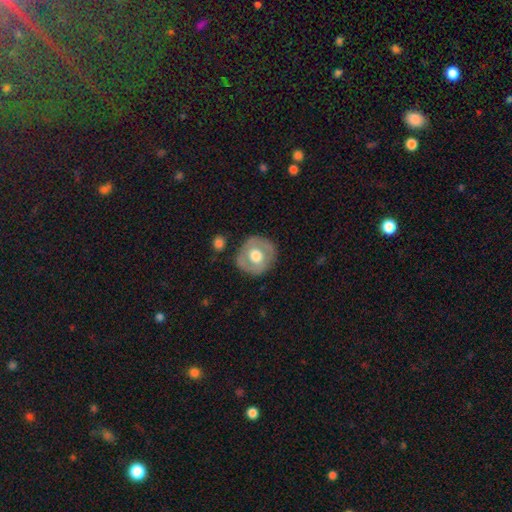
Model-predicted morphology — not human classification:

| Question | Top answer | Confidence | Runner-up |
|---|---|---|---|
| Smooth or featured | smooth | 47% | tied: featured or disk (47%) |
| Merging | none | 81% | minor disturbance (13%) |